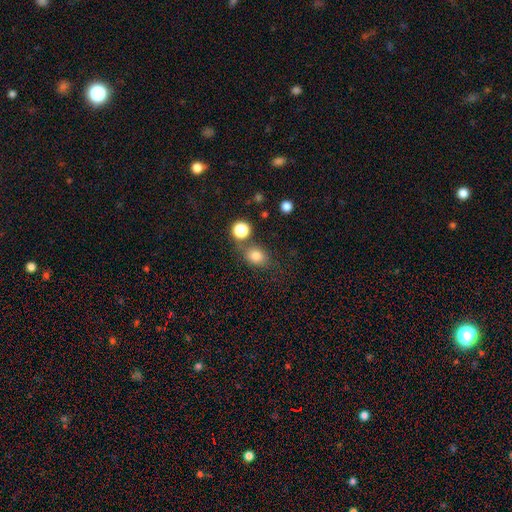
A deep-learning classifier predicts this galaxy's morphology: The model was most divided on "how rounded": round: 50%, in between: 49%, cigar-shaped: 1%. More confident: smooth or featured — smooth (80%); merging — none (64%).